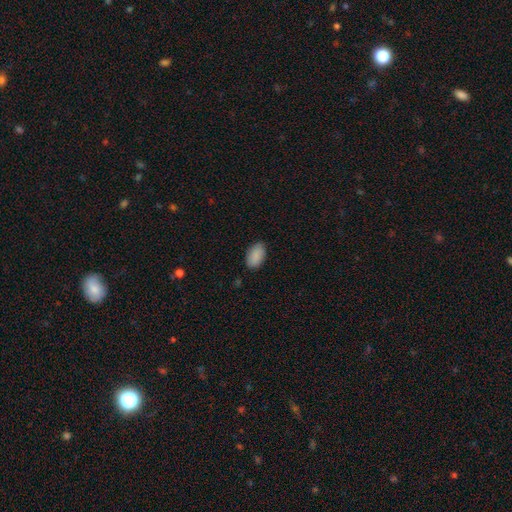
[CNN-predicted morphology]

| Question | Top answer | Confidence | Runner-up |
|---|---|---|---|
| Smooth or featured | smooth | 90% | star or artifact (7%) |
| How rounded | in between | 93% | round (6%) |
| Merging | none | 84% | minor disturbance (13%) |